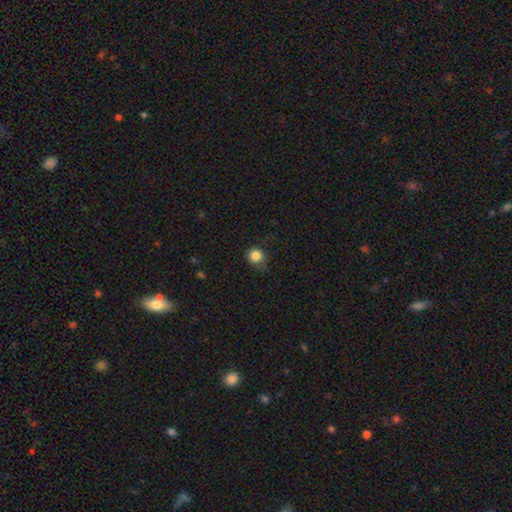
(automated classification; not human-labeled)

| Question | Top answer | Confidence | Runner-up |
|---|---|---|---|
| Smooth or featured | smooth | 84% | star or artifact (10%) |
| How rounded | round | 87% | in between (12%) |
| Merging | none | 65% | minor disturbance (25%) |